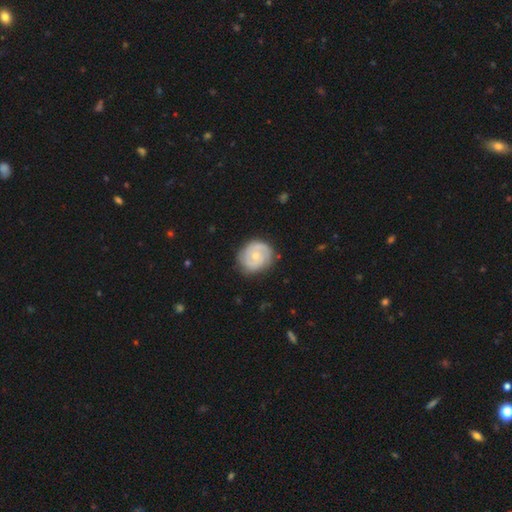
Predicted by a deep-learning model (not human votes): Smooth or featured: featured or disk — 68% (smooth — 26%)
Edge-on disk: no — 98% (yes — 2%)
Bar: no — 73% (weak — 23%)
Spiral arms: yes — 84% (no — 16%)
Spiral winding: tight — 56% (medium — 33%)
Spiral arm count: 2 — 66% (can't tell — 18%)
Bulge size: moderate — 49% (small — 48%)
Merging: none — 80% (minor disturbance — 15%)